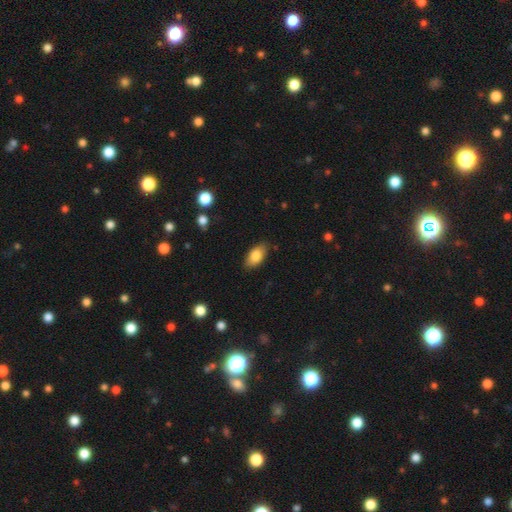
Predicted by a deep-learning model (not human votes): Smooth or featured: smooth — 84% (featured or disk — 10%)
How rounded: in between — 92% (round — 4%)
Merging: none — 84% (minor disturbance — 12%)